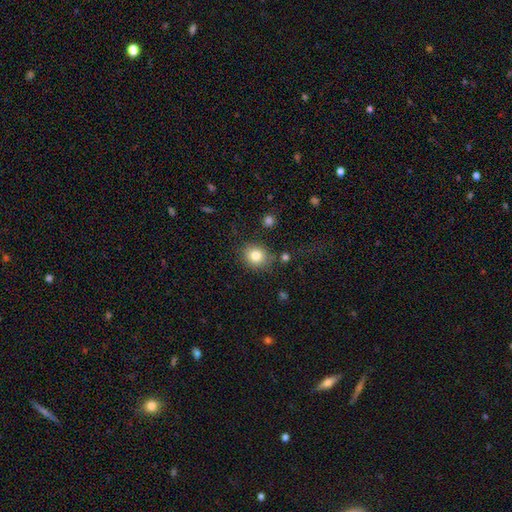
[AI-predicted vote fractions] The model was most divided on "how rounded": round: 78%, in between: 21%, cigar-shaped: 1%. More confident: smooth or featured — smooth (81%); merging — none (81%).